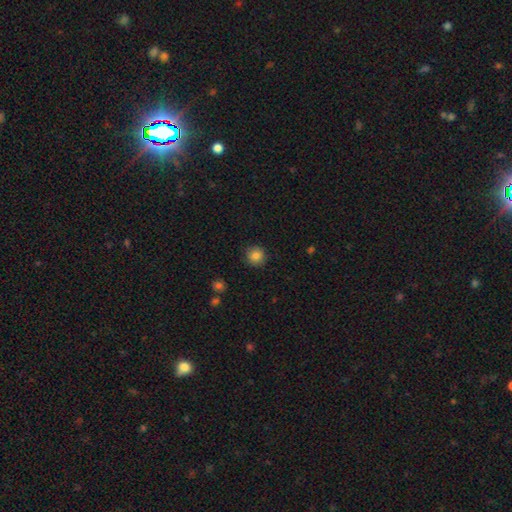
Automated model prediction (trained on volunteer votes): Q: Smooth or featured?
A: smooth (84%); runner-up: star or artifact (10%)
Q: How rounded?
A: round (93%); runner-up: in between (6%)
Q: Merging?
A: none (90%); runner-up: minor disturbance (7%)